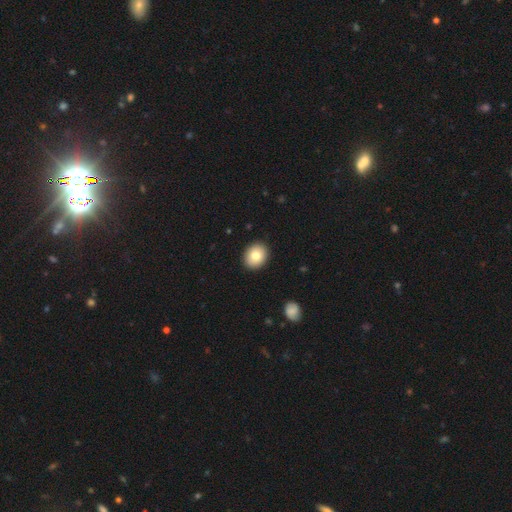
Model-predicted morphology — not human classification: Smooth or featured: smooth — 80% (featured or disk — 12%)
How rounded: round — 53% (in between — 46%)
Merging: none — 91% (minor disturbance — 6%)